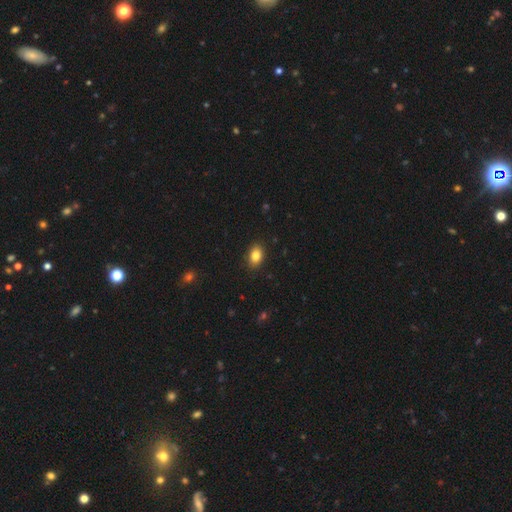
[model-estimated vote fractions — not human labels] Morphology: type=smooth (84%); roundness=in between (81%); merging=none (88%).